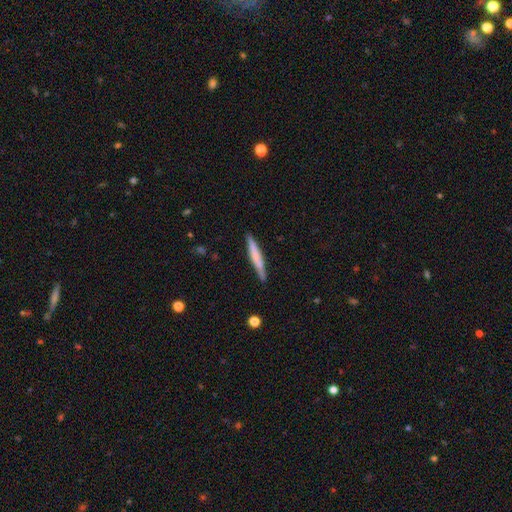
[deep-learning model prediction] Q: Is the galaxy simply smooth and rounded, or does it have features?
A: smooth — 57%.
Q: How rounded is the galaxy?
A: cigar-shaped — 95%.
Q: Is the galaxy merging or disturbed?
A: none — 87%.